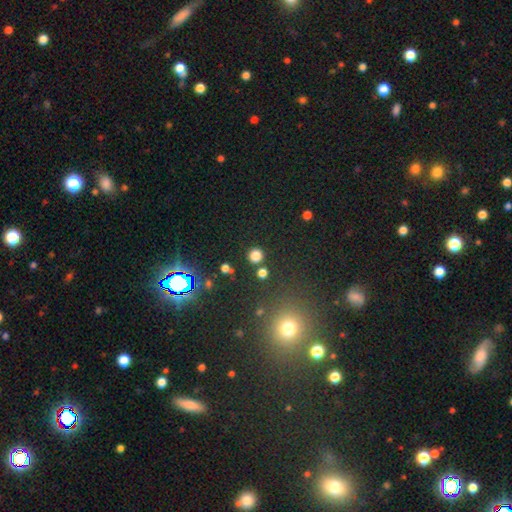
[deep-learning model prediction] Smooth or featured: smooth — 77% (star or artifact — 18%)
How rounded: round — 92% (in between — 7%)
Merging: none — 87% (minor disturbance — 6%)